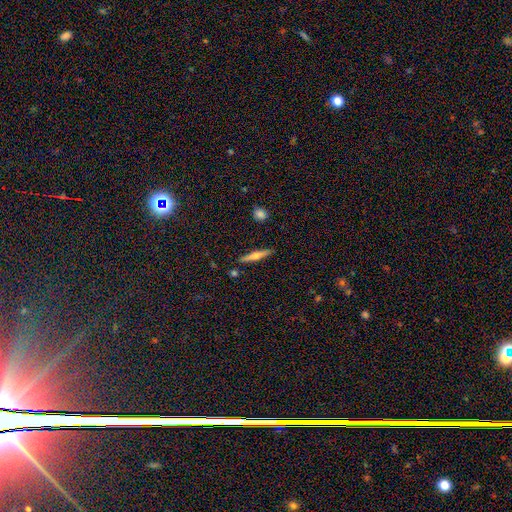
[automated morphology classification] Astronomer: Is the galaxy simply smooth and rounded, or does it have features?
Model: featured or disk — 52% (runner-up: smooth, 42%).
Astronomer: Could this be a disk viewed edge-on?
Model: yes — 95%.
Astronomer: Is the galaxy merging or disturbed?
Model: none — 89%.